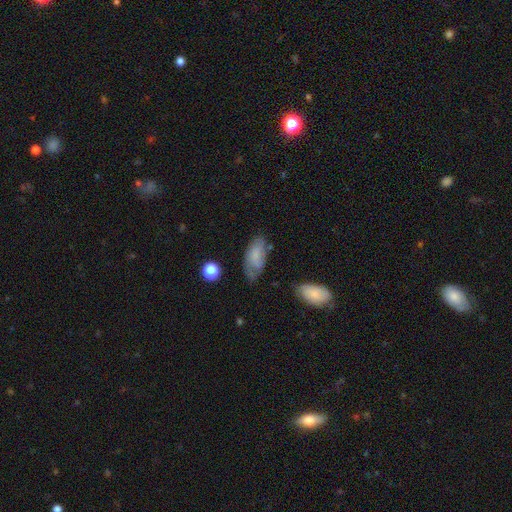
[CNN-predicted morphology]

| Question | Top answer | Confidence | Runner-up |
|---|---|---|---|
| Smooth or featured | smooth | 66% | featured or disk (26%) |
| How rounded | in between | 90% | cigar-shaped (7%) |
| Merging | none | 55% | minor disturbance (30%) |